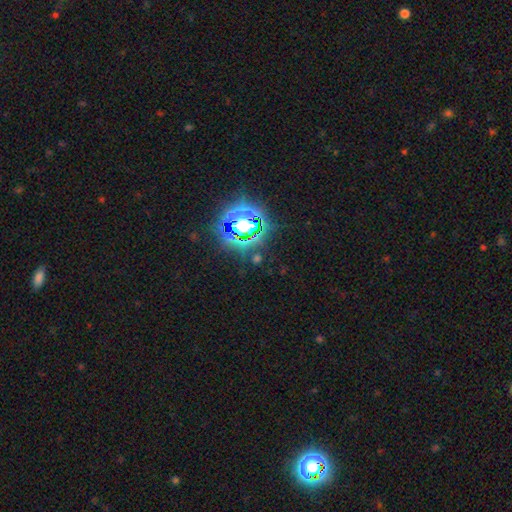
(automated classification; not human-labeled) Smooth or featured? star or artifact (76%)